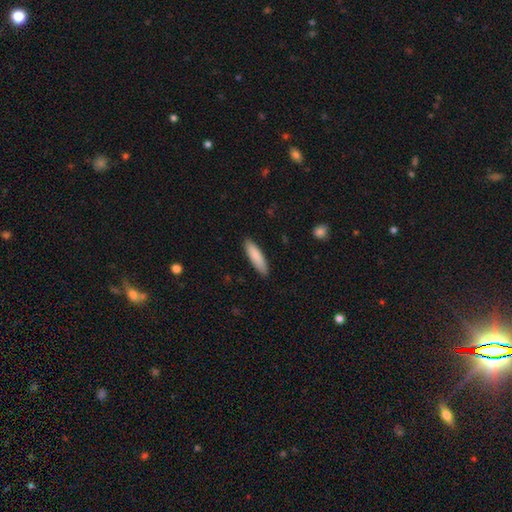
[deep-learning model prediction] smooth_or_featured: smooth (p=0.87) [alt: featured or disk p=0.08]
how_rounded: cigar-shaped (p=0.65) [alt: in between p=0.33]
merging: none (p=0.88) [alt: minor disturbance p=0.09]